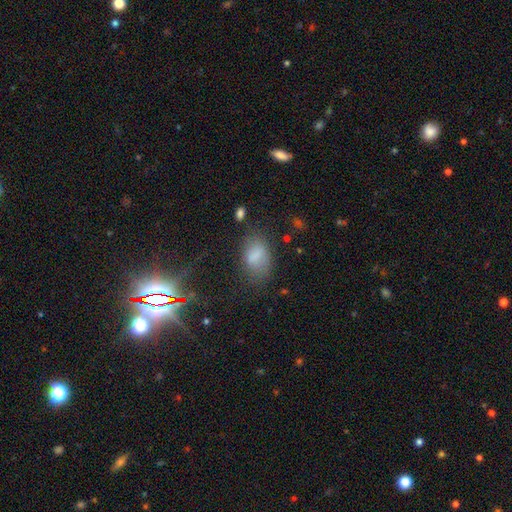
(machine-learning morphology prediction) Smooth or featured?
  - smooth: 74% *
  - featured or disk: 14%
  - star or artifact: 12%
How rounded?
  - in between: 87% *
  - round: 10%
  - cigar-shaped: 2%
Merging?
  - none: 59% *
  - minor disturbance: 24%
  - major disturbance: 13%
  - merger: 4%